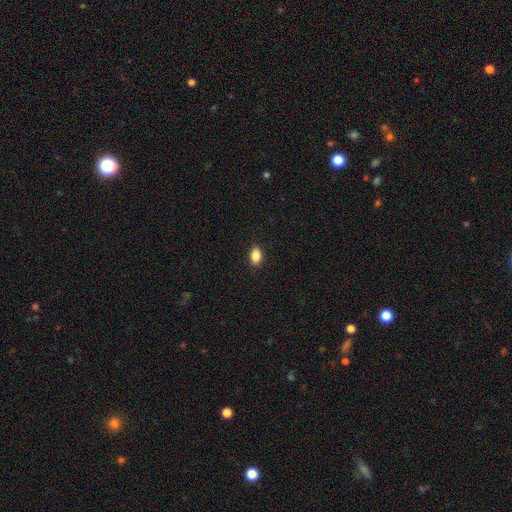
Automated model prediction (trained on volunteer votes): smooth_or_featured: smooth (p=0.87) [alt: star or artifact p=0.09]
how_rounded: in between (p=0.85) [alt: round p=0.14]
merging: none (p=0.90) [alt: minor disturbance p=0.07]